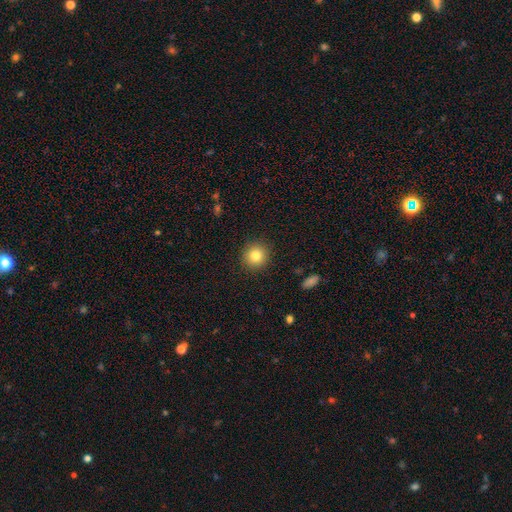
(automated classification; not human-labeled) smooth 82%, star or artifact 10%, featured or disk 7%. Down the decision tree: how rounded — round (92%); merging — none (91%).